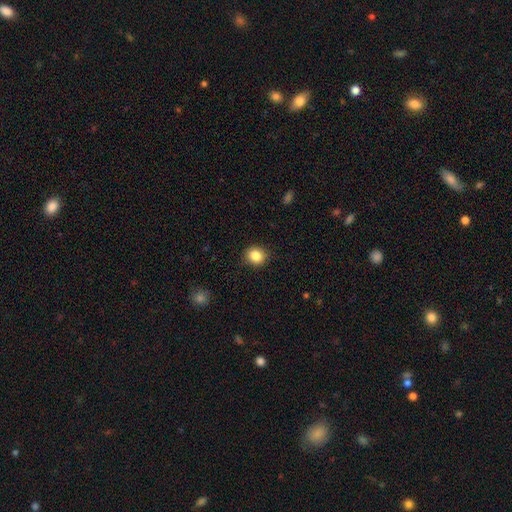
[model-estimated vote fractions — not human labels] Q: Smooth or featured?
A: smooth (85%); runner-up: star or artifact (10%)
Q: How rounded?
A: round (76%); runner-up: in between (23%)
Q: Merging?
A: none (89%); runner-up: minor disturbance (8%)